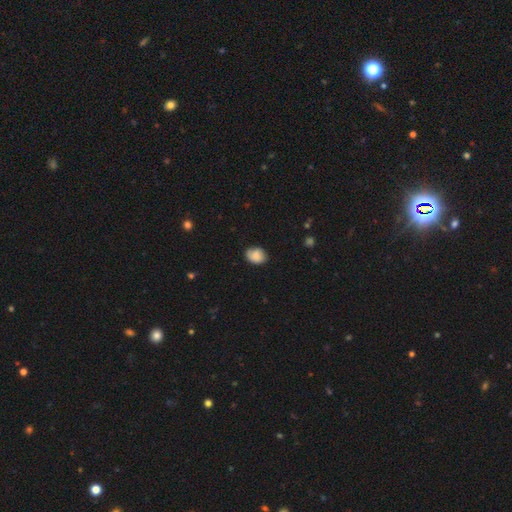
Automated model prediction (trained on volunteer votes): The model was most divided on "how rounded": in between: 59%, round: 40%, cigar-shaped: 1%. More confident: smooth or featured — smooth (85%); merging — none (75%).